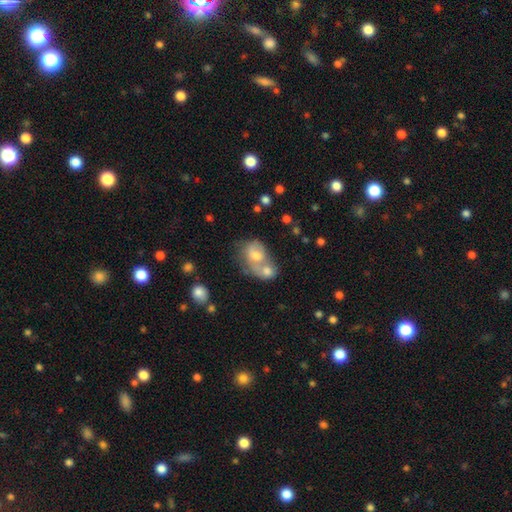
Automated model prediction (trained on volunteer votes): Morphology: type=smooth (59%); roundness=in between (56%); merging=merger (69%).